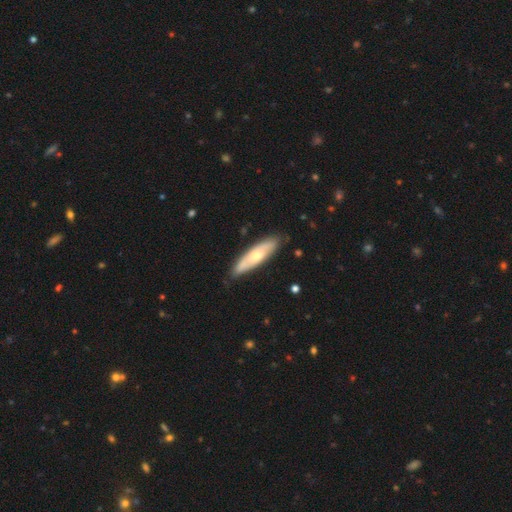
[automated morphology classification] type=smooth (51%); roundness=cigar-shaped (65%); merging=none (82%).